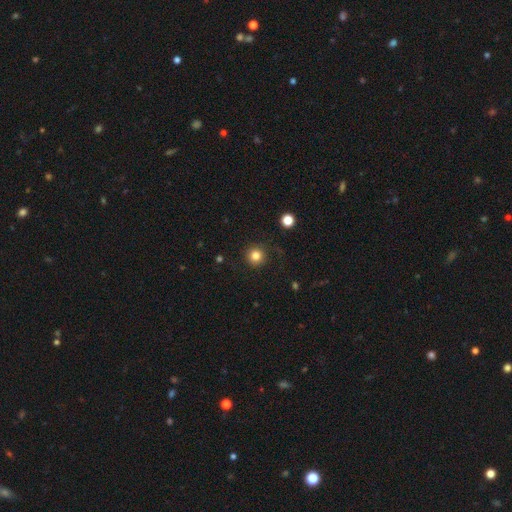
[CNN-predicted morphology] A smooth galaxy with no disk features (83%) that is round (95%). Merging: none (89%).